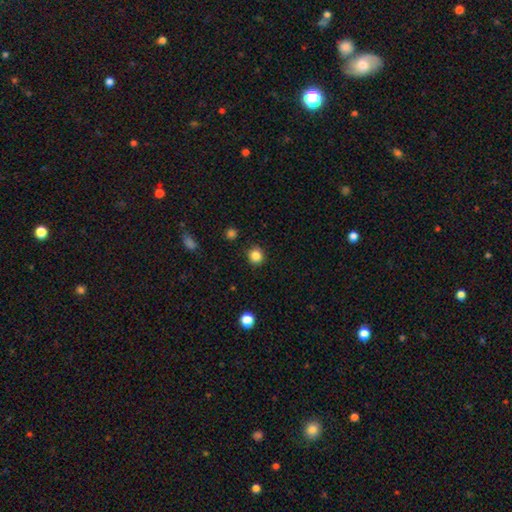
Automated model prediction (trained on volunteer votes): This is clearly a smooth galaxy (85%). How rounded: clearly round (91%). Merging: clearly none (90%).